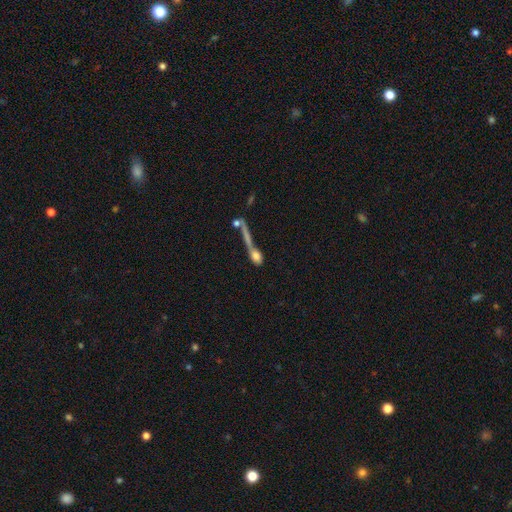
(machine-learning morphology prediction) type=smooth (63%); roundness=in between (44%); merging=merger (38%).